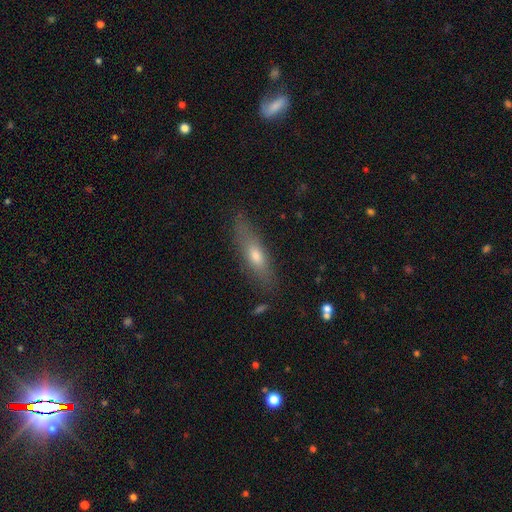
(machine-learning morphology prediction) Smooth or featured? smooth (63%)
How rounded? cigar-shaped (58%)
Merging? none (79%)